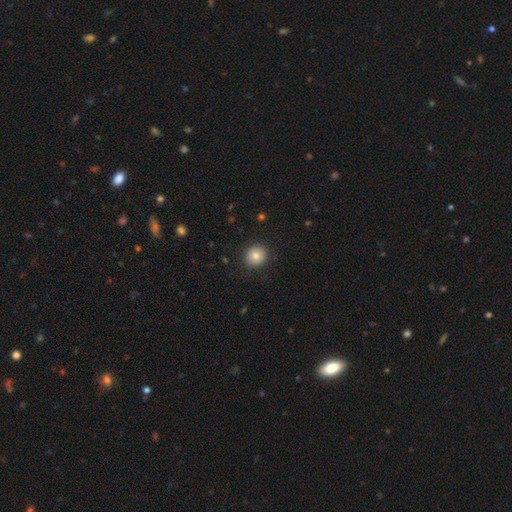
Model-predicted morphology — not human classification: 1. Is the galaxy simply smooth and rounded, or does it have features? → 81% smooth, 10% star or artifact, 9% featured or disk.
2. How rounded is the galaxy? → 89% round, 10% in between, 1% cigar-shaped.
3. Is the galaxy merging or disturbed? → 88% none, 8% minor disturbance, 2% major disturbance, 1% merger.